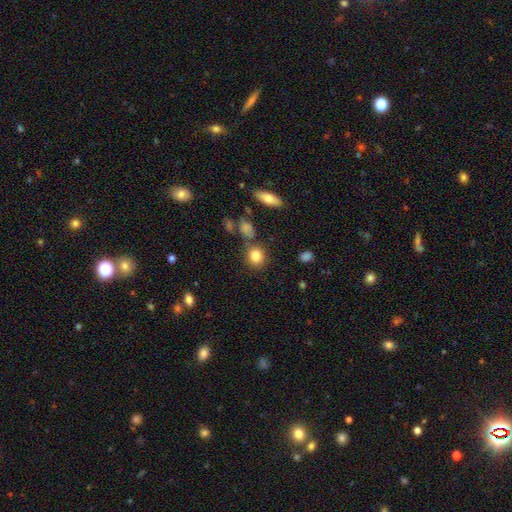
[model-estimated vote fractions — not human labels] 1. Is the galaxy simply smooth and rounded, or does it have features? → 84% smooth, 9% star or artifact, 7% featured or disk.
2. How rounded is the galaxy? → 73% round, 25% in between, 2% cigar-shaped.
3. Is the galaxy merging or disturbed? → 77% none, 11% minor disturbance, 8% merger, 4% major disturbance.